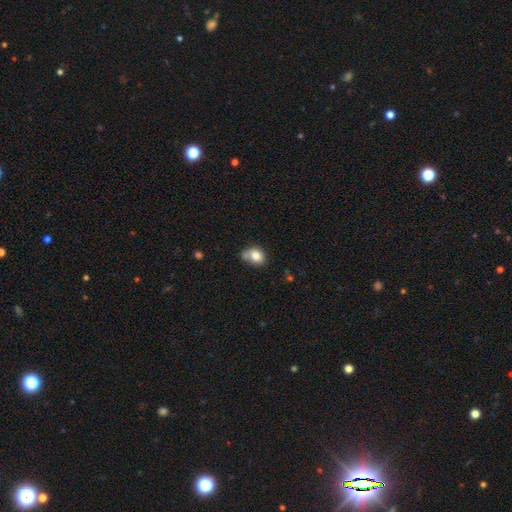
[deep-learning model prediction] Overall: smooth (80%). How rounded: in between (56%; round 43%). Merging: none (48%; minor disturbance 30%).